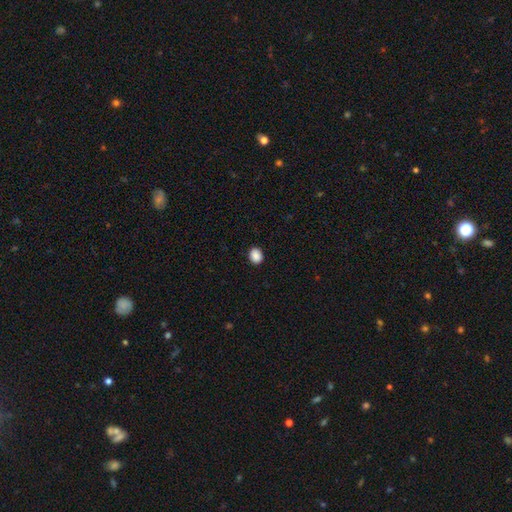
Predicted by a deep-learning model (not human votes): Smooth or featured? smooth (89%)
How rounded? round (54%)
Merging? none (91%)